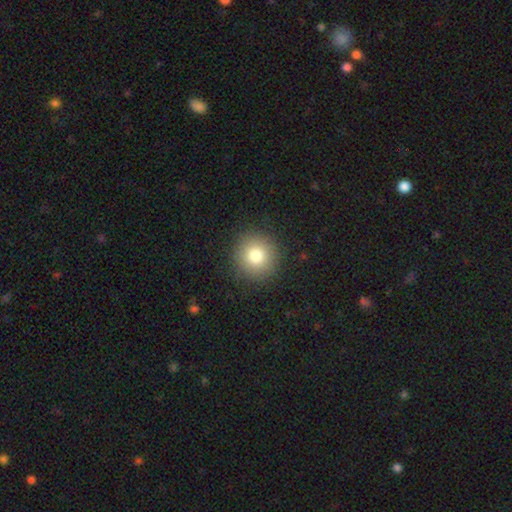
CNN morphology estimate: Smooth or featured: smooth — 81% (star or artifact — 11%)
How rounded: round — 93% (in between — 6%)
Merging: none — 90% (minor disturbance — 6%)